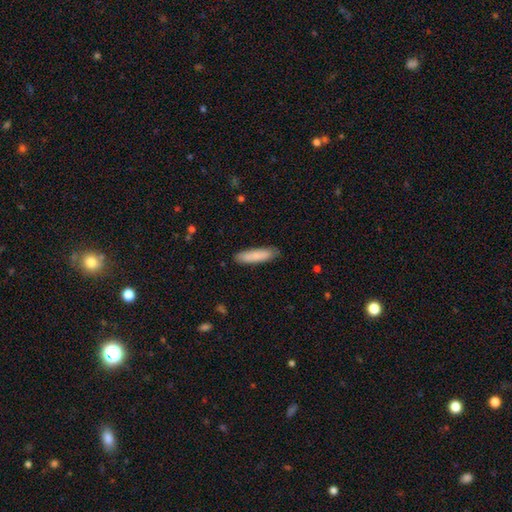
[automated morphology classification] Smooth or featured? smooth (84%)
How rounded? cigar-shaped (75%)
Merging? none (85%)